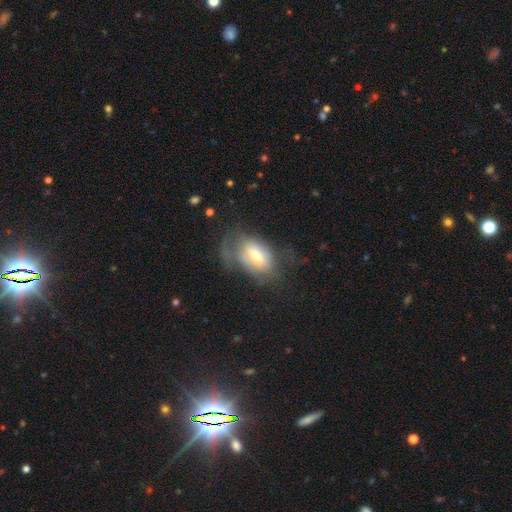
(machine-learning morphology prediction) smooth_or_featured: smooth (p=0.55) [alt: featured or disk p=0.37]
how_rounded: in between (p=0.88) [alt: round p=0.09]
merging: none (p=0.38) [alt: major disturbance p=0.32]